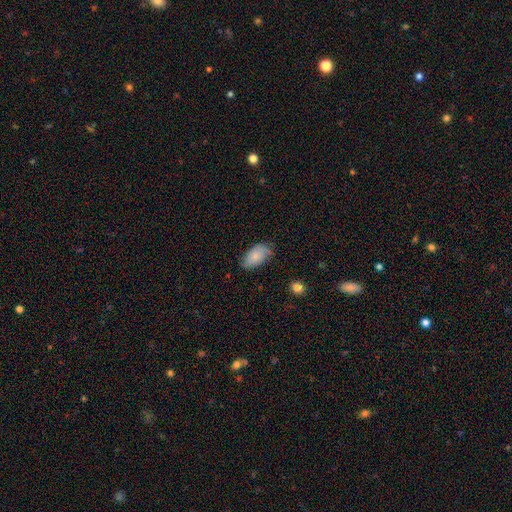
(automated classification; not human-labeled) Morphology: type=smooth (74%); roundness=in between (94%); merging=none (62%).